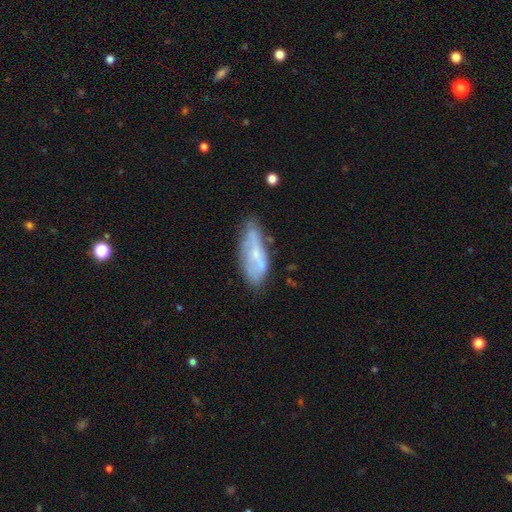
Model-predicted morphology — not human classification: A featured or disk galaxy (49%).

Vote fractions:
- Smooth or featured? featured or disk: 49% / smooth: 43% / star or artifact: 8%
- Merging? none: 56% / minor disturbance: 28% / major disturbance: 10% / merger: 6%